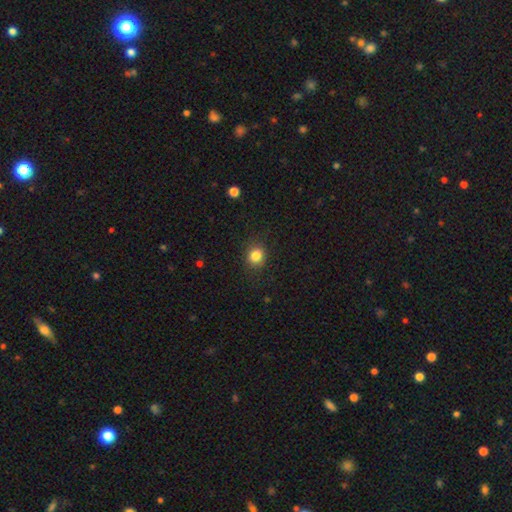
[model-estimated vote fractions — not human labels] A smooth galaxy with no disk features (84%) that is round (69%). Merging: none (85%).